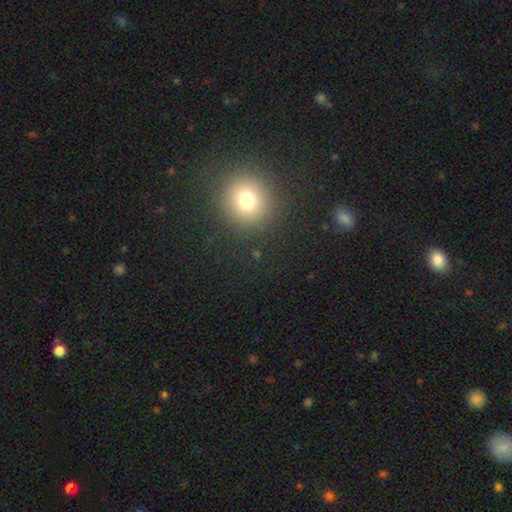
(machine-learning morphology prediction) This appears to be a smooth galaxy with no disk features (68%) that is round (91%). Merging: none (92%).